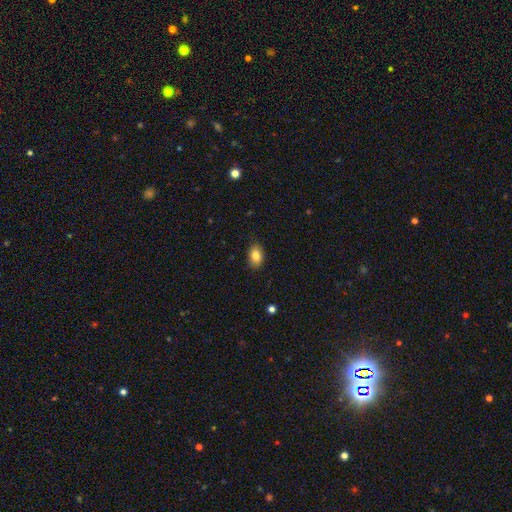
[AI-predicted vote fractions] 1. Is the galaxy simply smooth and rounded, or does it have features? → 84% smooth, 8% featured or disk, 8% star or artifact.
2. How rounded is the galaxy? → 86% in between, 13% round, 1% cigar-shaped.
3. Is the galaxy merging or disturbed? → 86% none, 11% minor disturbance, 2% major disturbance, 1% merger.